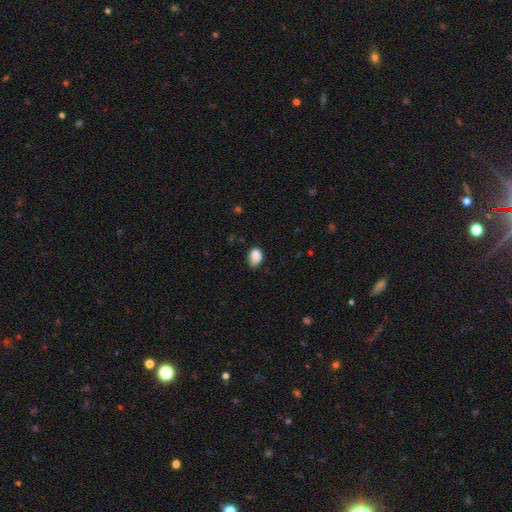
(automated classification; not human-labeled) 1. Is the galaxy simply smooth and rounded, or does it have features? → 87% smooth, 9% star or artifact, 4% featured or disk.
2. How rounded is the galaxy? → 77% in between, 22% round, 1% cigar-shaped.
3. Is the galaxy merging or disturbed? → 60% none, 31% minor disturbance, 6% major disturbance, 2% merger.